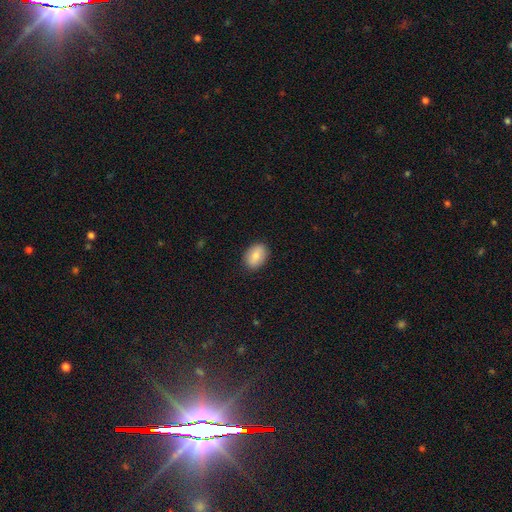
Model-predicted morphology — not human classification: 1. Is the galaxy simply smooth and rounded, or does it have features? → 82% smooth, 11% featured or disk, 7% star or artifact.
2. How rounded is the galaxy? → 81% in between, 18% round, 1% cigar-shaped.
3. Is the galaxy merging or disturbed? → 89% none, 8% minor disturbance, 2% major disturbance, 1% merger.